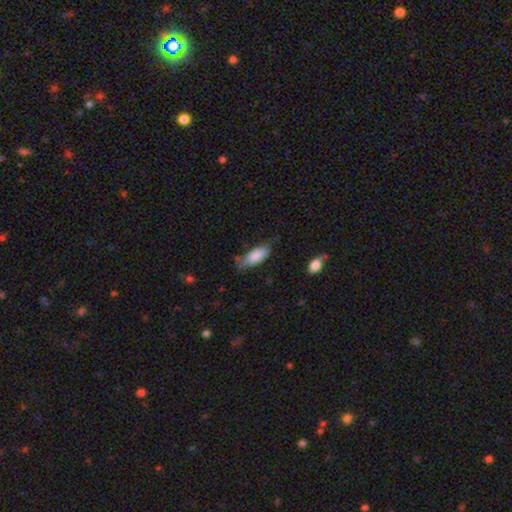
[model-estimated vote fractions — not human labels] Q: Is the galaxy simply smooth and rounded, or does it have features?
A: smooth — 85%.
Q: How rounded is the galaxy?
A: in between — 81%.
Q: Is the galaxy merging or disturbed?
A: none — 60%.